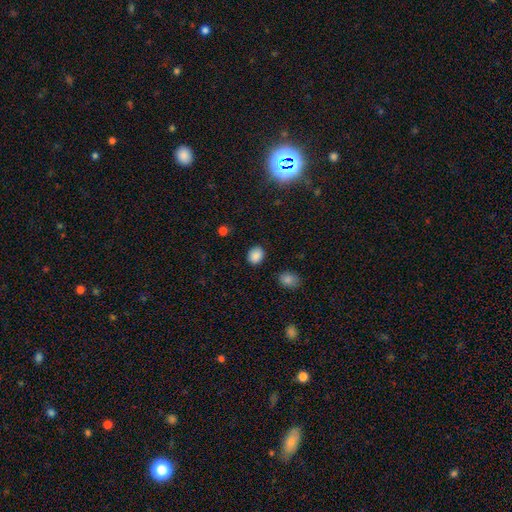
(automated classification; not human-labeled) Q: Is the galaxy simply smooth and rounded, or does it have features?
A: smooth — 87%.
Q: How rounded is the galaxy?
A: round — 61%.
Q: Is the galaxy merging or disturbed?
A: none — 87%.